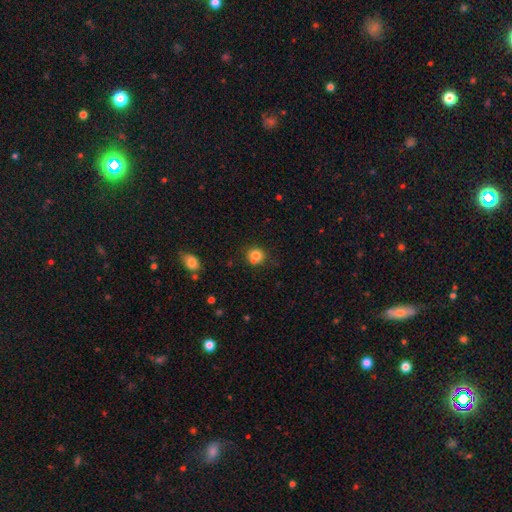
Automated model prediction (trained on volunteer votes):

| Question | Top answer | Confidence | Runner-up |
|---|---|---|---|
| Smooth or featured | smooth | 80% | star or artifact (12%) |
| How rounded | round | 86% | in between (13%) |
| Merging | none | 66% | merger (17%) |